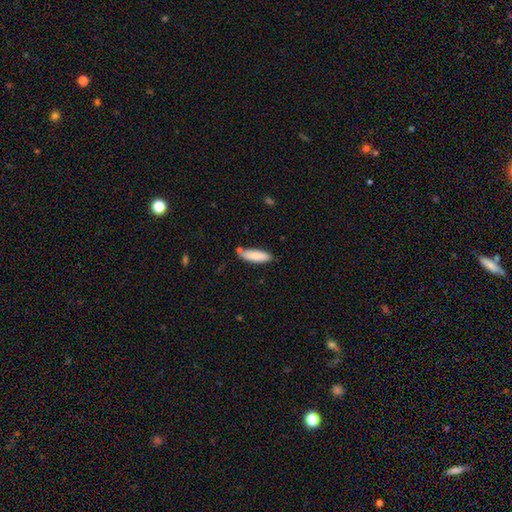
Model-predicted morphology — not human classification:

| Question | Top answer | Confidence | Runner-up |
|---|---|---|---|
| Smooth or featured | smooth | 86% | featured or disk (8%) |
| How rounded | in between | 49% | tied: cigar-shaped (49%) |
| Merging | none | 75% | minor disturbance (16%) |